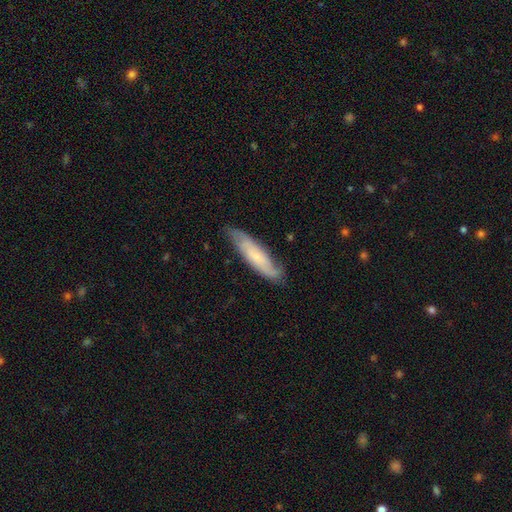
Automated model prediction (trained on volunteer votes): featured or disk 53%, smooth 41%, star or artifact 6%. Down the decision tree: edge-on disk — no (64%); merging — none (77%).